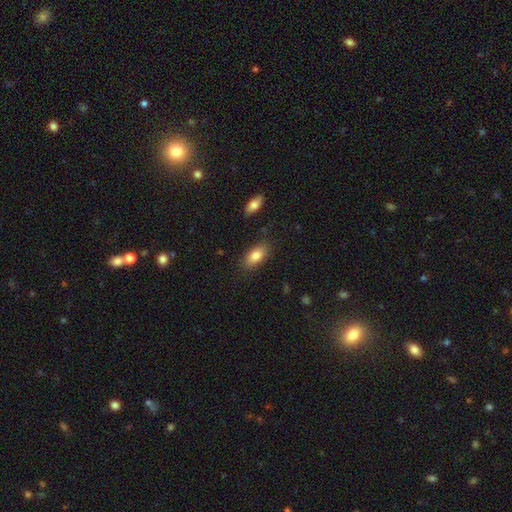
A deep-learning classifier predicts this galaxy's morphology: type=smooth (83%); roundness=in between (89%); merging=none (84%).